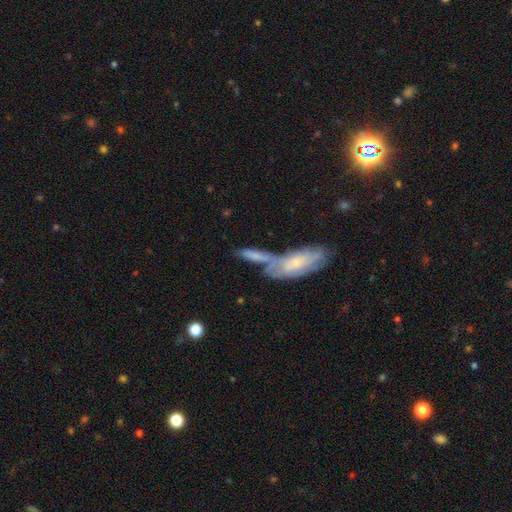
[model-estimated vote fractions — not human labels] A smooth galaxy with no disk features (61%) that is cigar-shaped (51%). Merging: merger (51%).